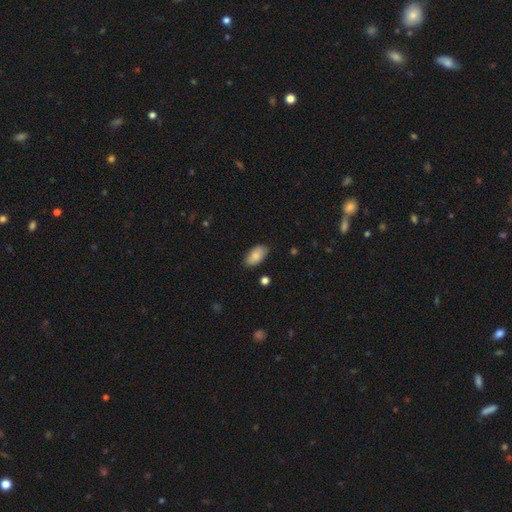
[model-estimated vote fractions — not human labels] This appears to be a smooth galaxy with no disk features (83%) that is in between round and cigar-shaped (95%). Merging: none (84%).